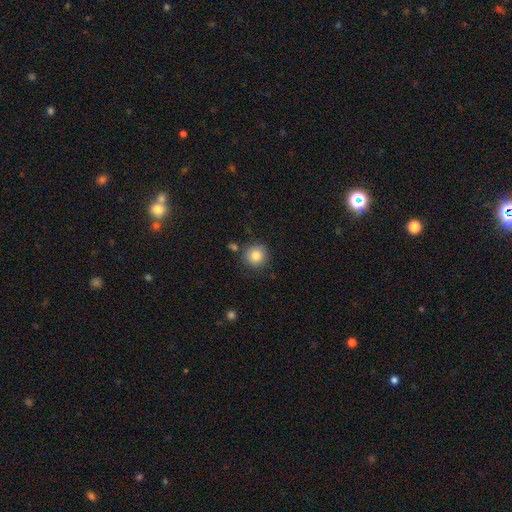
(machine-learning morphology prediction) type=smooth (82%); roundness=round (94%); merging=none (83%).